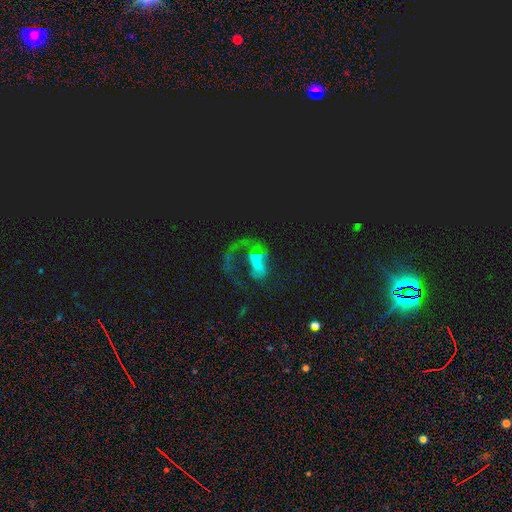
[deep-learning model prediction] A featured or disk galaxy (50%). Merging: major disturbance (43%).